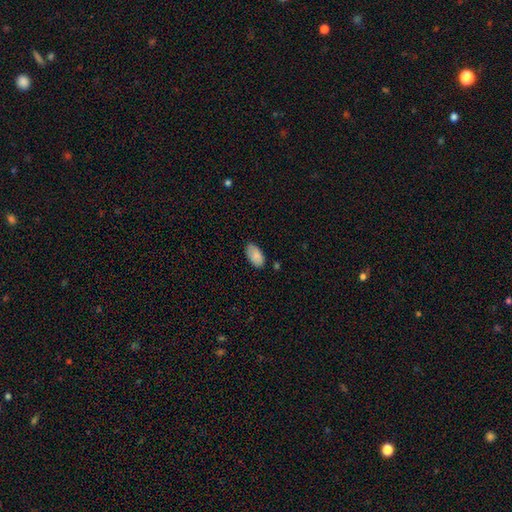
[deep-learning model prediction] Q: Smooth or featured?
A: smooth (87%); runner-up: star or artifact (7%)
Q: How rounded?
A: in between (95%); runner-up: round (3%)
Q: Merging?
A: none (79%); runner-up: minor disturbance (16%)